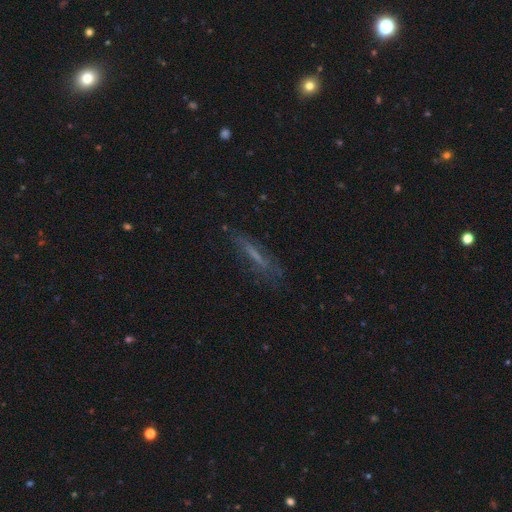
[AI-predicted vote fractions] smooth_or_featured: featured or disk (p=0.43) [alt: smooth p=0.42]
merging: none (p=0.66) [alt: minor disturbance p=0.20]